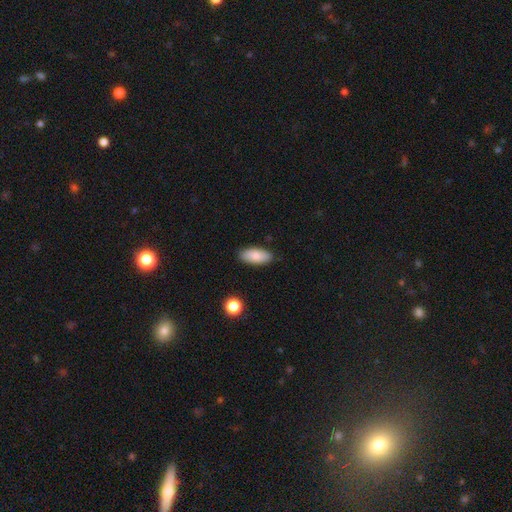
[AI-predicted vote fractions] Morphology: type=smooth (84%); roundness=in between (88%); merging=none (86%).